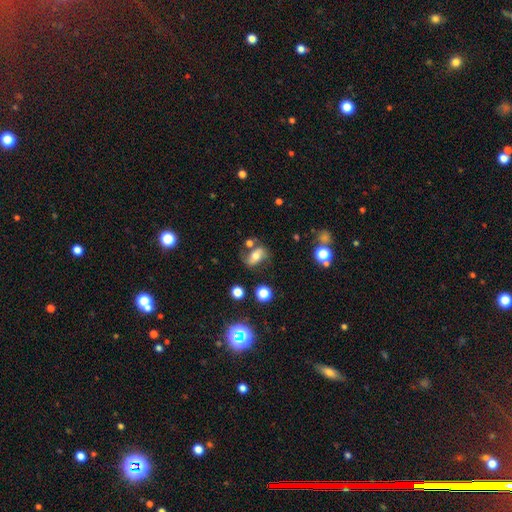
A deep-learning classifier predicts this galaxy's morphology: This is marginally a smooth galaxy (44%). Merging: possibly none (54%).